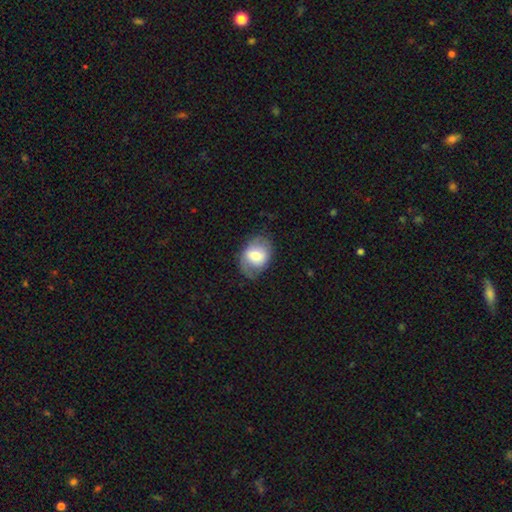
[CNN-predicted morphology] This appears to be a smooth galaxy with no disk features (58%) that is in between round and cigar-shaped (69%). Merging: none (67%).